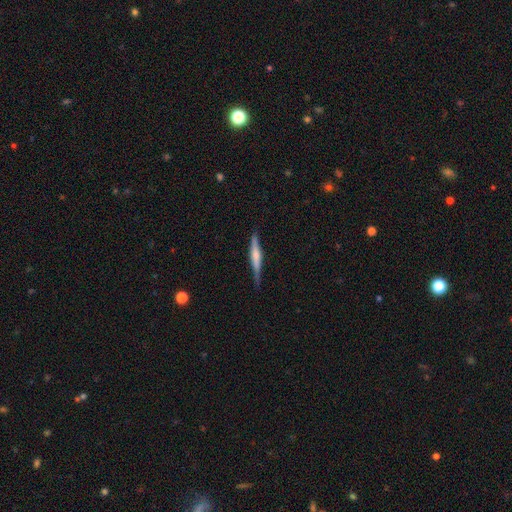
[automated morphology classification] Smooth or featured: featured or disk — 58% (smooth — 36%)
Edge-on disk: yes — 97% (no — 3%)
Edge-on bulge: rounded — 45% (boxy — 34%)
Merging: none — 83% (minor disturbance — 13%)